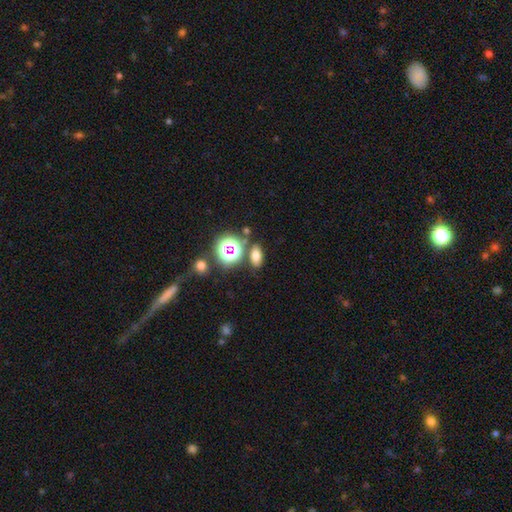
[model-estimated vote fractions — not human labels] This is likely a smooth galaxy (69%). How rounded: likely in between (79%). Merging: clearly none (80%).